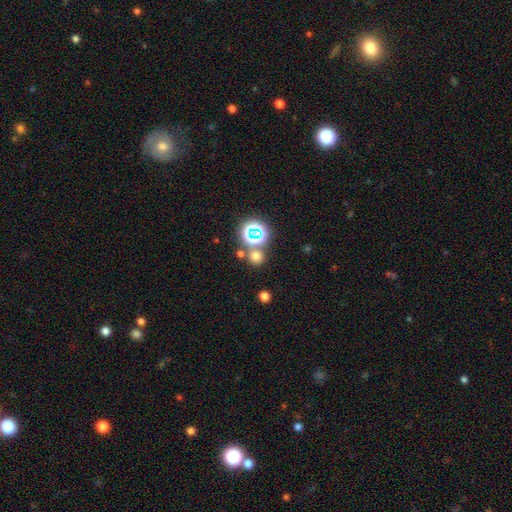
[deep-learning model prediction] A smooth galaxy with no disk features (65%) that is round (88%). Merging: none (73%).